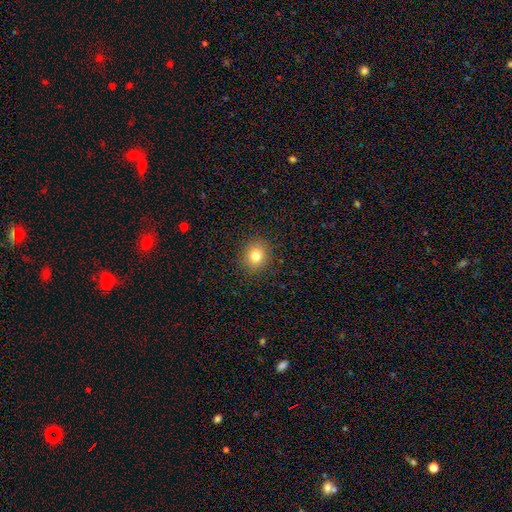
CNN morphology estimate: Smooth or featured? Predicted: smooth (p=0.79). How rounded? Predicted: round (p=0.79). Merging? Predicted: none (p=0.90).